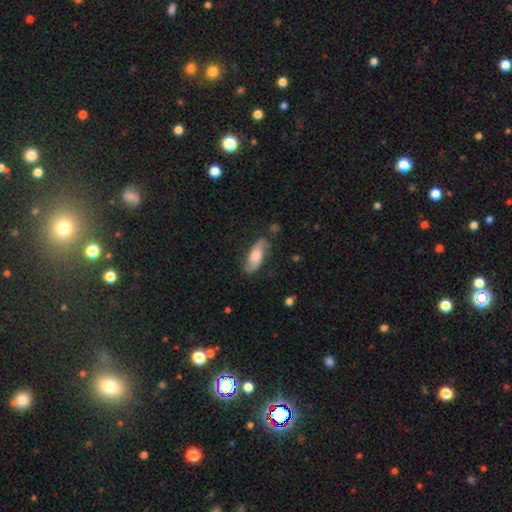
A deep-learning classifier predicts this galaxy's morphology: smooth-or-featured: featured or disk: 61% | smooth: 32% | star or artifact: 7%
  disk-edge-on: no: 87% | yes: 13%
    bar: no: 58% | weak: 31% | strong: 11%
    has-spiral-arms: yes: 91% | no: 9%
    bulge-size: moderate: 38% | large: 29% | small: 18% | none: 11% | dominant: 4%
  merging: none: 76% | minor disturbance: 17% | major disturbance: 6% | merger: 2%